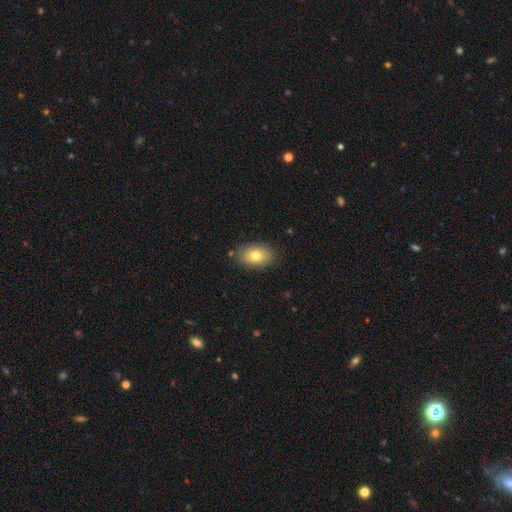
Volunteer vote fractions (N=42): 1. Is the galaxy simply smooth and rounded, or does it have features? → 86% smooth, 10% star or artifact, 5% featured or disk.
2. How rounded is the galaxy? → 81% in between, 17% round, 3% cigar-shaped.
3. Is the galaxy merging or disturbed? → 87% none, 8% minor disturbance, 3% major disturbance, 3% merger.